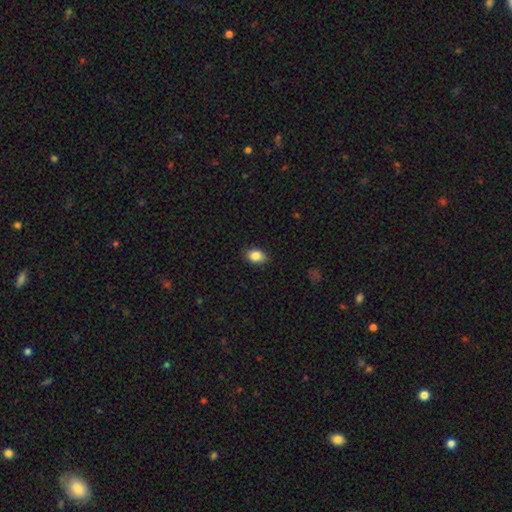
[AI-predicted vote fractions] Smooth or featured: smooth — 86% (star or artifact — 9%)
How rounded: in between — 79% (round — 19%)
Merging: none — 86% (minor disturbance — 10%)